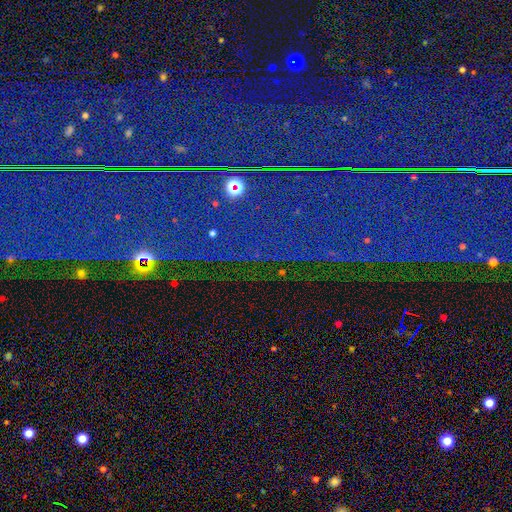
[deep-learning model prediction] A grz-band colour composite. It shows a star or artifact, not a galaxy (86%).